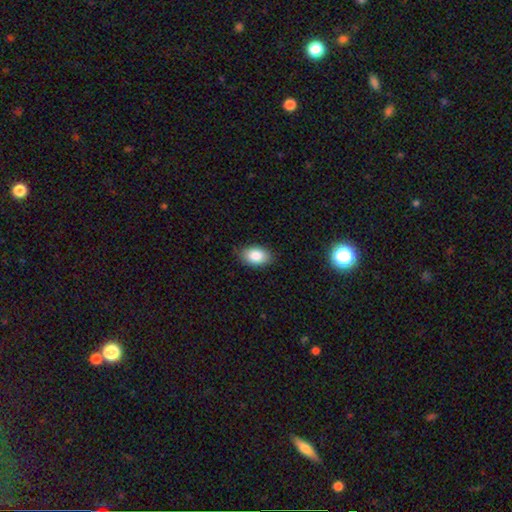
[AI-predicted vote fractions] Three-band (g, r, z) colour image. It shows a smooth galaxy with no disk features (86%) that is in between round and cigar-shaped (90%). Merging: none (85%).